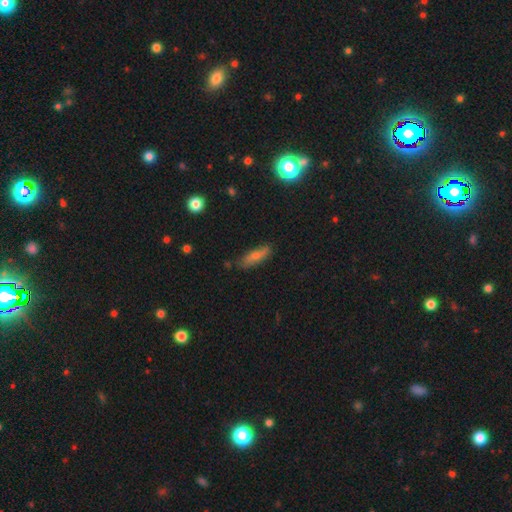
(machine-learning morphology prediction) Smooth or featured: smooth — 62% (featured or disk — 27%)
How rounded: cigar-shaped — 51% (in between — 45%)
Merging: none — 77% (minor disturbance — 17%)